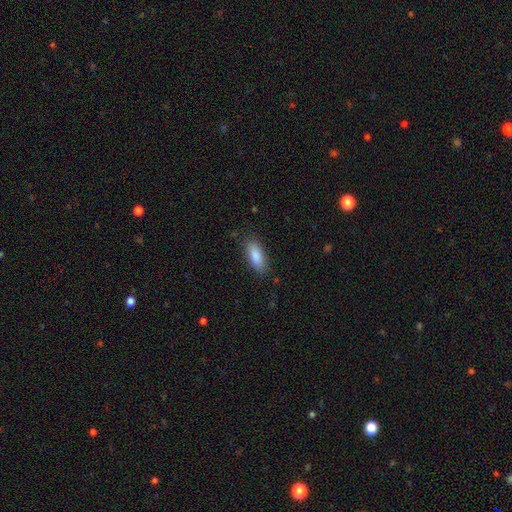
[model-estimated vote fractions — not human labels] smooth 87%, featured or disk 6%, star or artifact 6%. Down the decision tree: how rounded — in between (79%); merging — none (84%).